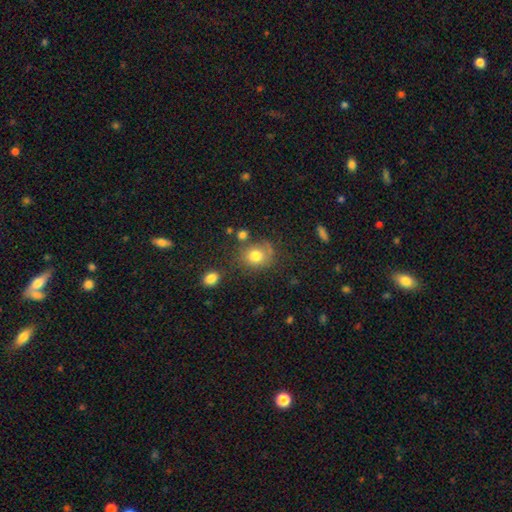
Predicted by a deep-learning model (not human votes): Q: Smooth or featured?
A: smooth (74%); runner-up: featured or disk (14%)
Q: How rounded?
A: round (72%); runner-up: in between (27%)
Q: Merging?
A: none (59%); runner-up: minor disturbance (20%)